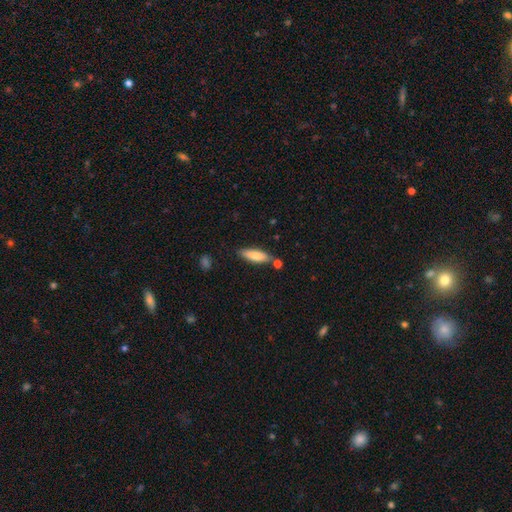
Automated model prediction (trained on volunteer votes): A smooth galaxy with no disk features (77%) that is cigar-shaped (55%). Merging: none (73%).